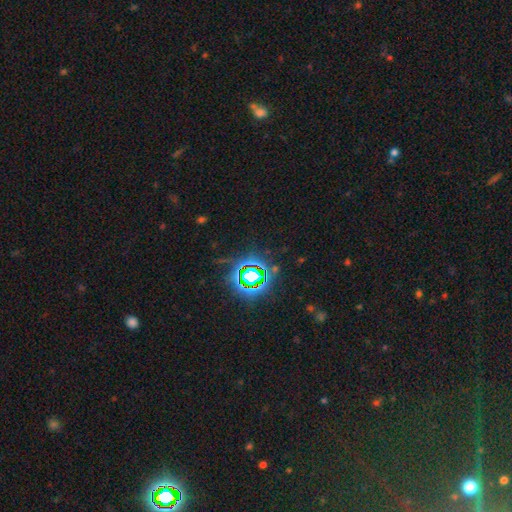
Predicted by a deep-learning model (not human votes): The model was most divided on "smooth or featured": star or artifact: 78%, smooth: 16%, featured or disk: 6%.